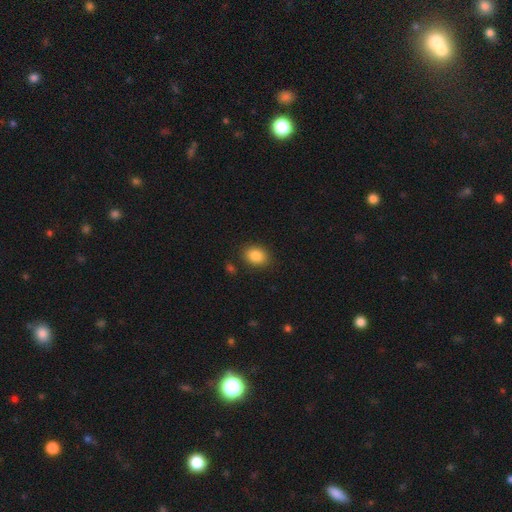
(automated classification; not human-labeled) The model was most divided on "how rounded": in between: 64%, round: 35%, cigar-shaped: 1%. More confident: smooth or featured — smooth (86%); merging — none (85%).